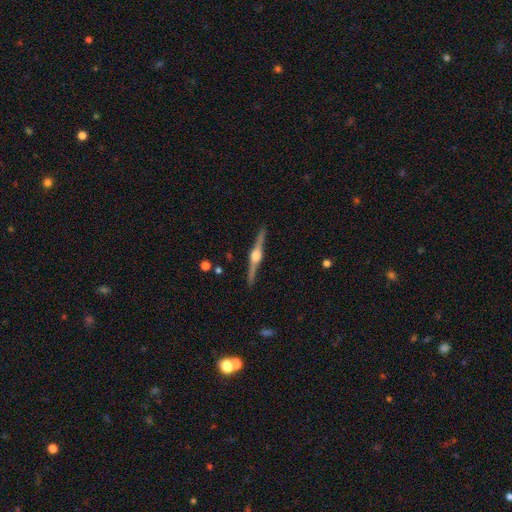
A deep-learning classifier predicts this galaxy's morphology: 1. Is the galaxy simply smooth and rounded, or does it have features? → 88% featured or disk, 7% smooth, 5% star or artifact.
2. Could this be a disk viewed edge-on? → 99% yes, 1% no.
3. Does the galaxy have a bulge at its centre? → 93% rounded, 5% boxy, 2% none.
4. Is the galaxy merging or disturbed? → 92% none, 6% minor disturbance, 1% major disturbance, 1% merger.